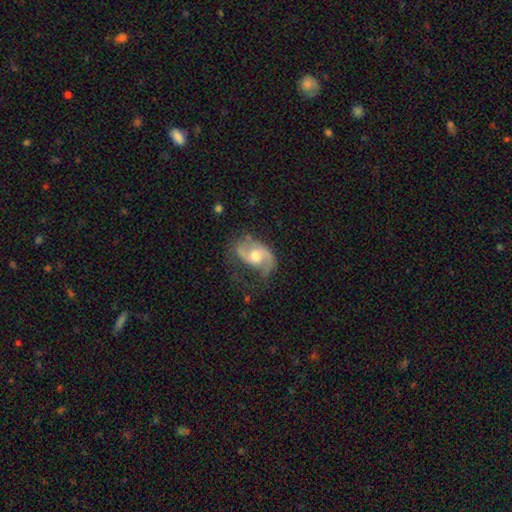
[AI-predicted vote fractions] Q: Smooth or featured?
A: featured or disk (77%); runner-up: smooth (17%)
Q: Edge-on disk?
A: no (96%); runner-up: yes (4%)
Q: Bar?
A: no (59%); runner-up: weak (34%)
Q: Spiral arms?
A: yes (91%); runner-up: no (9%)
Q: Spiral winding?
A: medium (44%); runner-up: loose (42%)
Q: Spiral arm count?
A: 2 (80%); runner-up: 1 (10%)
Q: Bulge size?
A: moderate (69%); runner-up: small (15%)
Q: Merging?
A: none (52%); runner-up: minor disturbance (26%)